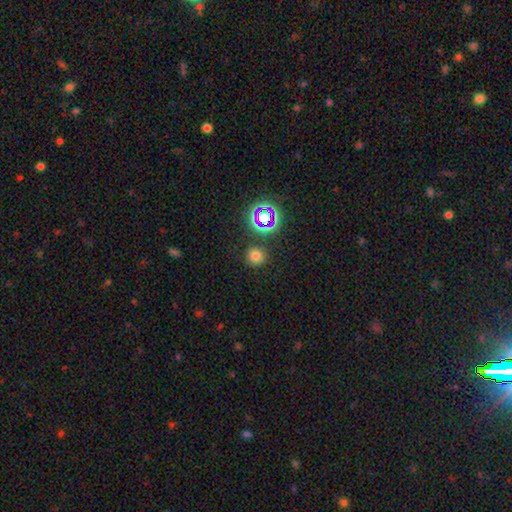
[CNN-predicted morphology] Smooth or featured: smooth — 71% (star or artifact — 22%)
How rounded: round — 90% (in between — 9%)
Merging: none — 85% (minor disturbance — 9%)